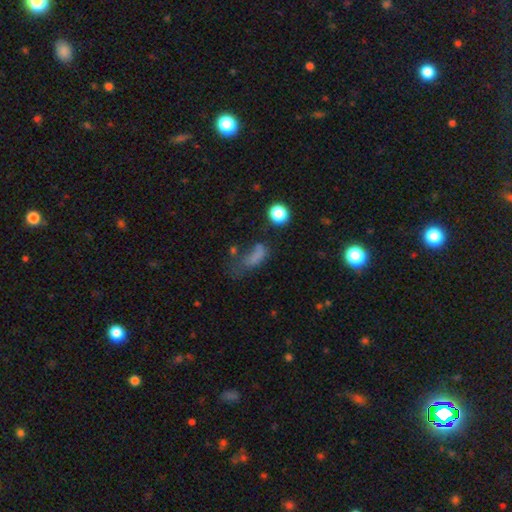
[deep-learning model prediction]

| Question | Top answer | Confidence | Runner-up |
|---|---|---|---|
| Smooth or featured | smooth | 65% | star or artifact (19%) |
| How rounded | in between | 67% | cigar-shaped (20%) |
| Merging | major disturbance | 40% | none (29%) |